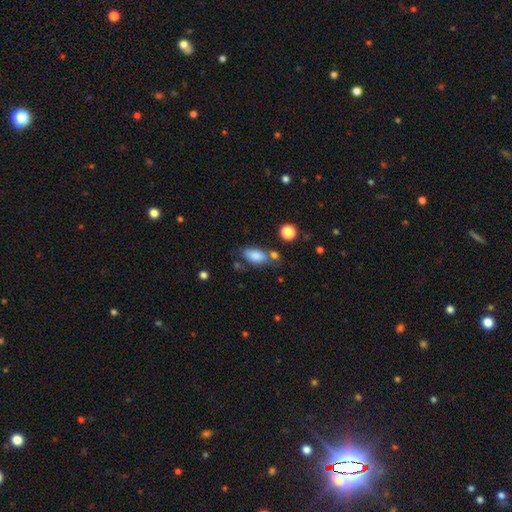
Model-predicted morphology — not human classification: smooth-or-featured: smooth: 81% | featured or disk: 10% | star or artifact: 8%
  how-rounded: in between: 89% | cigar-shaped: 7% | round: 5%
  merging: none: 58% | minor disturbance: 21% | merger: 14% | major disturbance: 7%